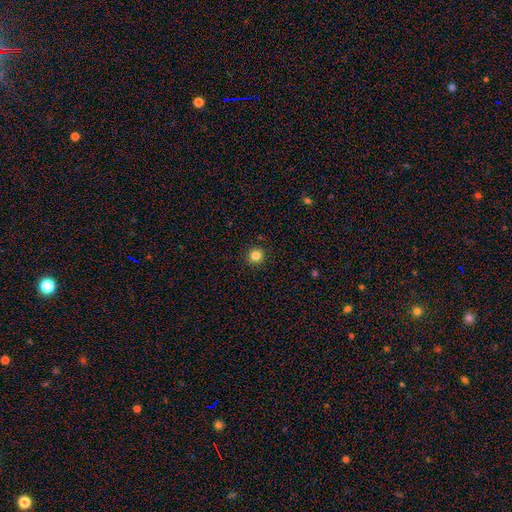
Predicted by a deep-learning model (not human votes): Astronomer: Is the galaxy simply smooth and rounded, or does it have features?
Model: smooth — 84%.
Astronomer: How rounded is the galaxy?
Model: round — 92%.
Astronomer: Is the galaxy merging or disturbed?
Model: none — 92%.